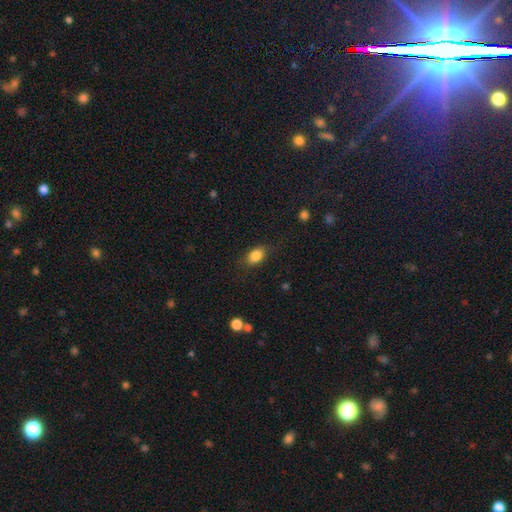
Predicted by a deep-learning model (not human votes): Overall: smooth (85%). How rounded: in between (80%). Merging: none (79%).